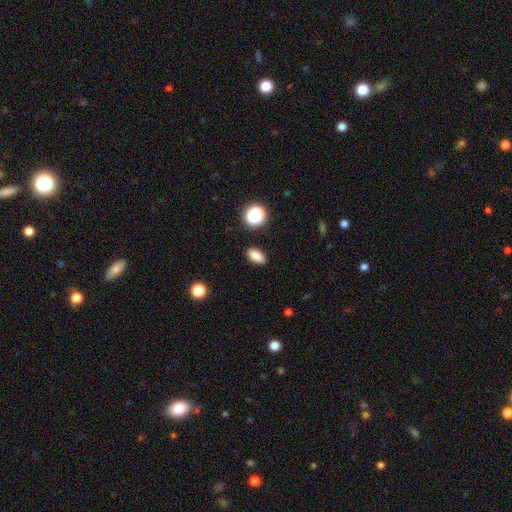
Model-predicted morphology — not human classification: Overall: smooth (84%). How rounded: in between (88%). Merging: none (89%).